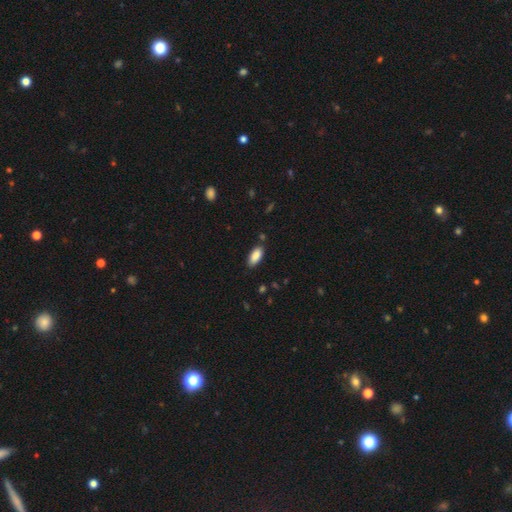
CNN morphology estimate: A smooth galaxy with no disk features (88%) that is in between round and cigar-shaped (88%). Merging: none (83%).